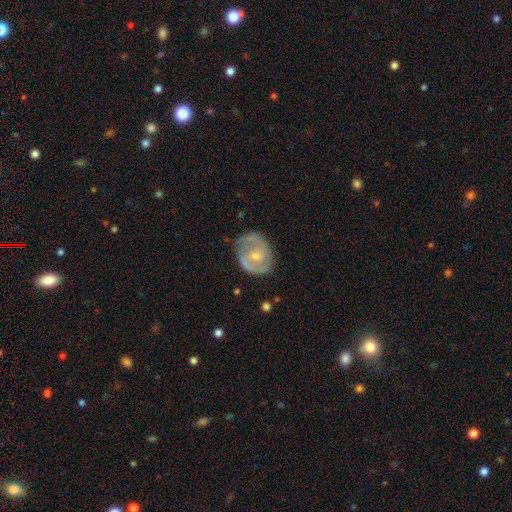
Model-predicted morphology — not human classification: This appears to be a featured or disk galaxy (70%) with no bar (49%), 2 (72%) medium (43%) spiral arms (77%) and a small central bulge (47%). Merging: none (70%).